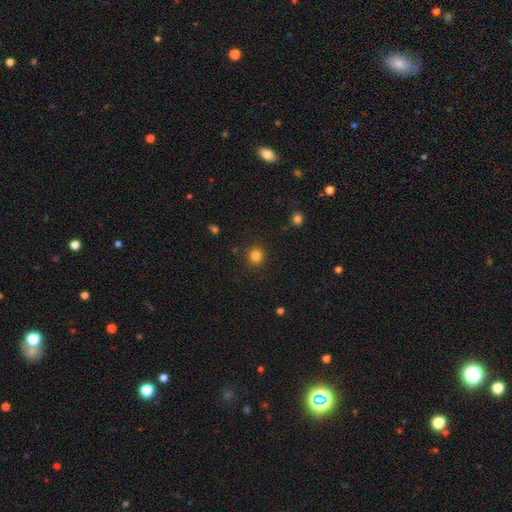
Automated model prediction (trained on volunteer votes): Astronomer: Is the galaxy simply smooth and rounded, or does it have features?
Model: smooth — 83%.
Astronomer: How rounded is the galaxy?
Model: round — 89%.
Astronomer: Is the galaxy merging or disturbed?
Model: none — 89%.